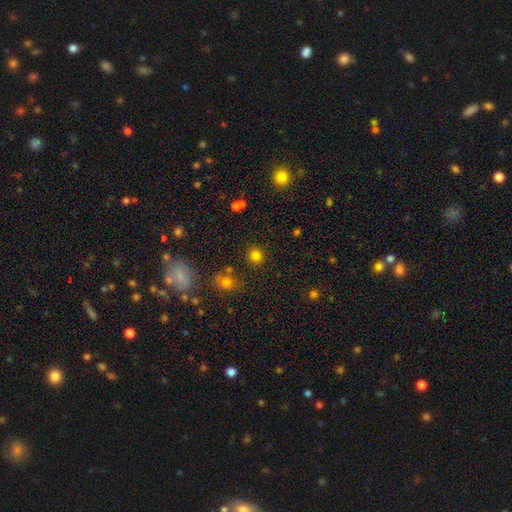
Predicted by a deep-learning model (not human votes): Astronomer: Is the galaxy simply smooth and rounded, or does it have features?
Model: smooth — 80%.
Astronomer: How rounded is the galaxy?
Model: round — 85%.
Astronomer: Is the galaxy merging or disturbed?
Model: none — 85%.